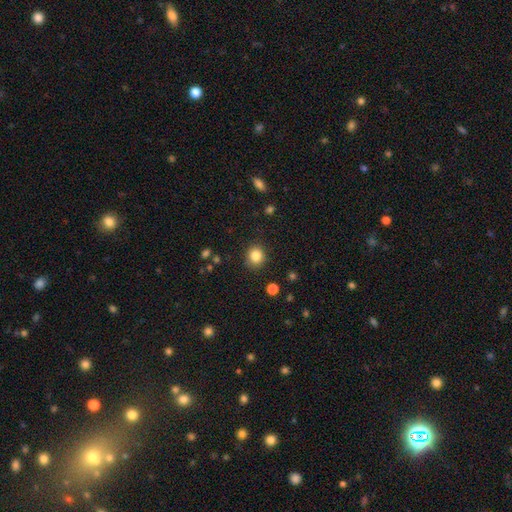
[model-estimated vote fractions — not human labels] smooth_or_featured: smooth (p=0.84) [alt: star or artifact p=0.11]
how_rounded: round (p=0.83) [alt: in between p=0.16]
merging: none (p=0.87) [alt: minor disturbance p=0.08]